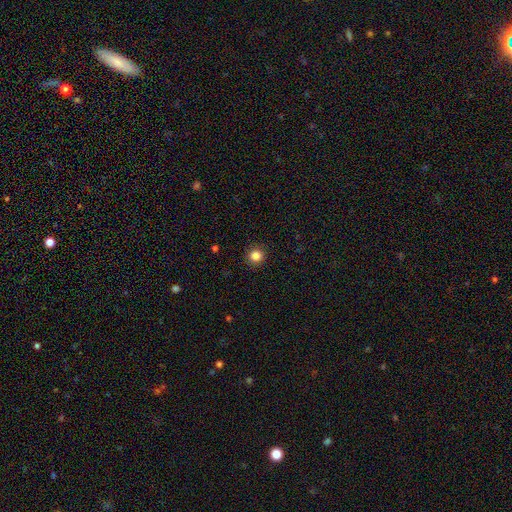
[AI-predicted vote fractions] This appears to be a smooth galaxy with no disk features (85%) that is round (93%). Merging: none (91%).